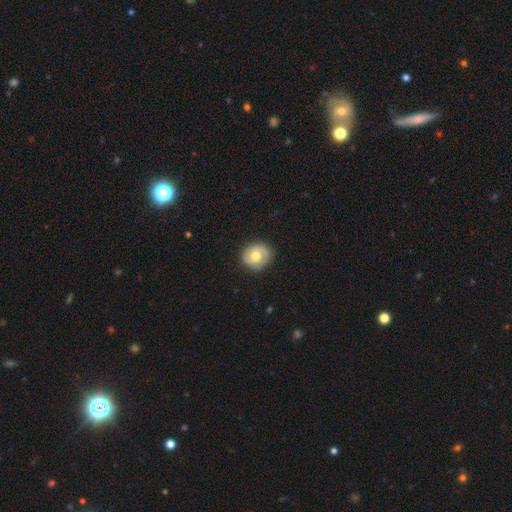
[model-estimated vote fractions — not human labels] Smooth or featured?
  - featured or disk: 48% *
  - smooth: 45%
  - star or artifact: 7%
Merging?
  - none: 84% *
  - minor disturbance: 12%
  - major disturbance: 3%
  - merger: 1%